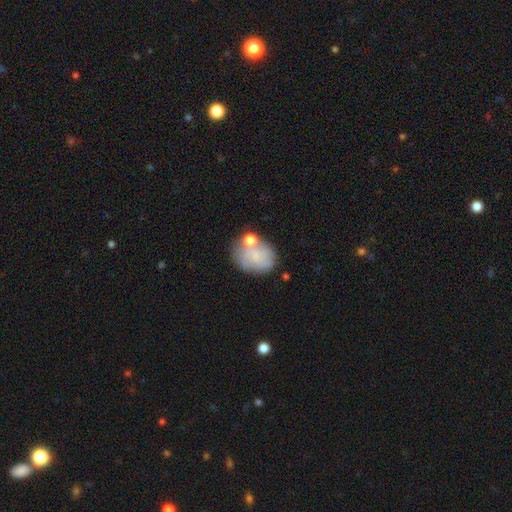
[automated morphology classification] Smooth or featured? smooth (58%)
How rounded? in between (50%)
Merging? none (52%)